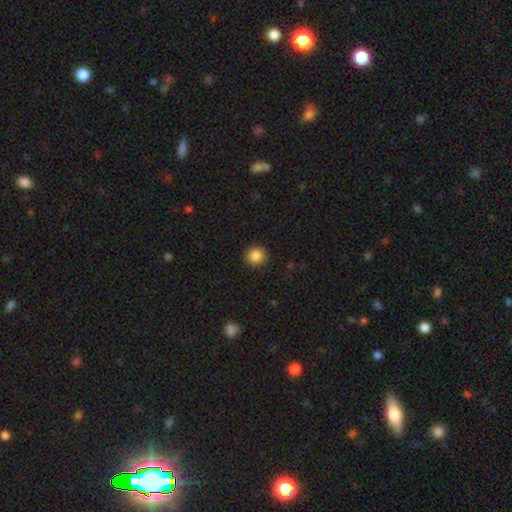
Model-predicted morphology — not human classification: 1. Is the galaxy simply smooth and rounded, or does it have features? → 87% smooth, 9% star or artifact, 4% featured or disk.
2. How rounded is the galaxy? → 91% round, 8% in between, 1% cigar-shaped.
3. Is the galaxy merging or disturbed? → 91% none, 6% minor disturbance, 2% major disturbance, 1% merger.